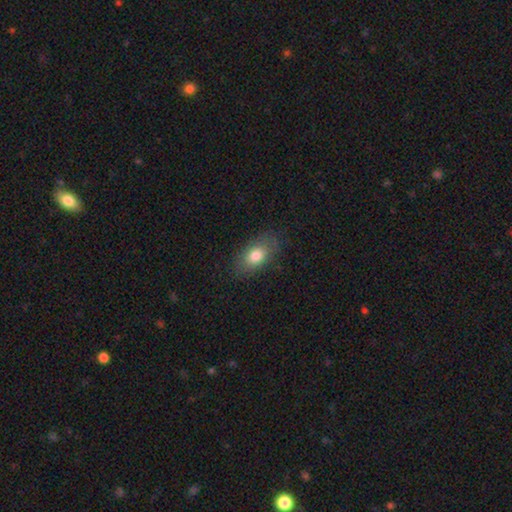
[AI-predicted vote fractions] Smooth or featured: smooth — 79% (featured or disk — 13%)
How rounded: in between — 86% (round — 10%)
Merging: none — 81% (minor disturbance — 14%)